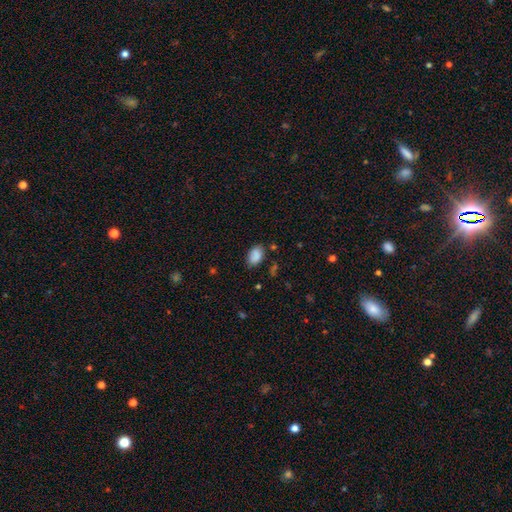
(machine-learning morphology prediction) smooth 86%, star or artifact 8%, featured or disk 6%. Down the decision tree: how rounded — in between (88%); merging — none (74%).